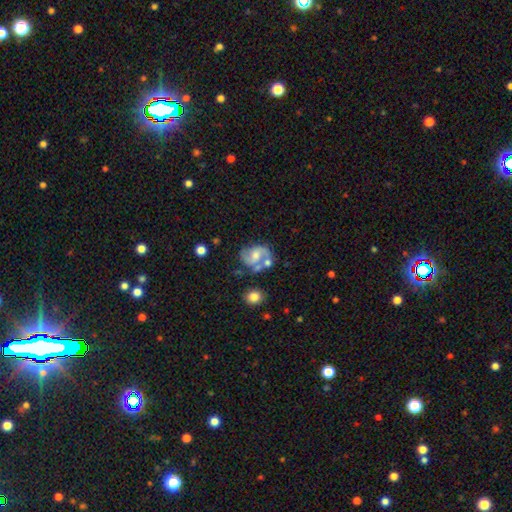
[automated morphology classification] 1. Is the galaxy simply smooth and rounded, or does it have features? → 75% featured or disk, 18% smooth, 7% star or artifact.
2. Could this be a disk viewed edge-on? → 98% no, 2% yes.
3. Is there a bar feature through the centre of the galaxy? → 50% no, 40% weak, 10% strong.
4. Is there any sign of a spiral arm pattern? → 90% yes, 10% no.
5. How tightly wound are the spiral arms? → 51% medium, 32% loose, 17% tight.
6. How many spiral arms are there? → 87% 2, 6% can't tell, 3% 1, 2% 3, 1% 4, 1% more than 4.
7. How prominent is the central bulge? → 56% moderate, 32% small, 5% large, 5% none, 1% dominant.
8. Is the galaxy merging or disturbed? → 50% none, 20% merger, 20% minor disturbance, 10% major disturbance.